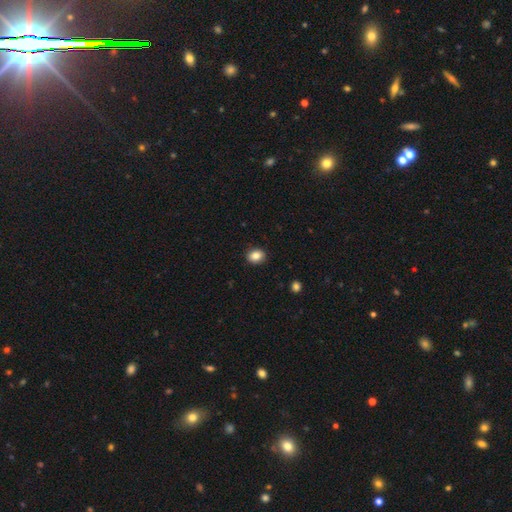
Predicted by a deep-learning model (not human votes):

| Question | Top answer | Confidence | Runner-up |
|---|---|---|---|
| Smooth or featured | smooth | 85% | star or artifact (9%) |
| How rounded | round | 50% | in between (49%) |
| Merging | none | 90% | minor disturbance (7%) |